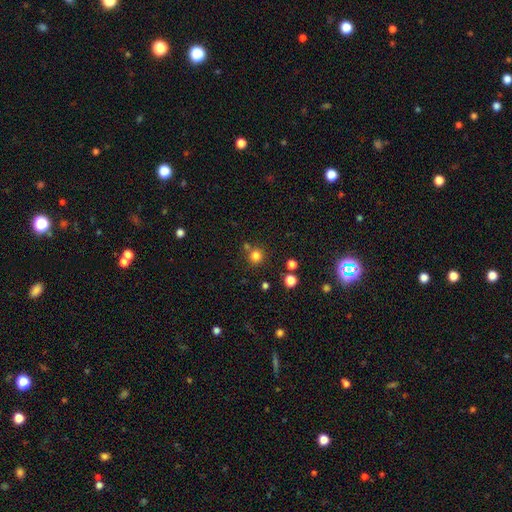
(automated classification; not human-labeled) A smooth galaxy with no disk features (79%) that is round (92%).

Vote fractions:
- Smooth or featured? smooth: 79% / star or artifact: 15% / featured or disk: 6%
- How rounded? round: 92% / in between: 7% / cigar-shaped: 1%
- Merging? none: 77% / merger: 12% / minor disturbance: 8% / major disturbance: 3%